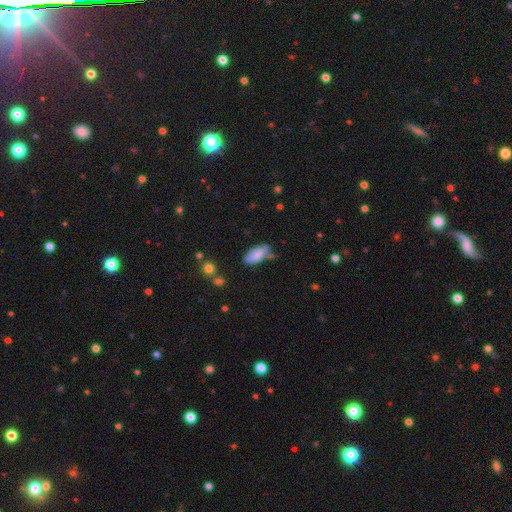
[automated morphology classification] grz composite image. It shows a smooth galaxy with no disk features (71%) that is in between round and cigar-shaped (88%). Merging: none (45%).